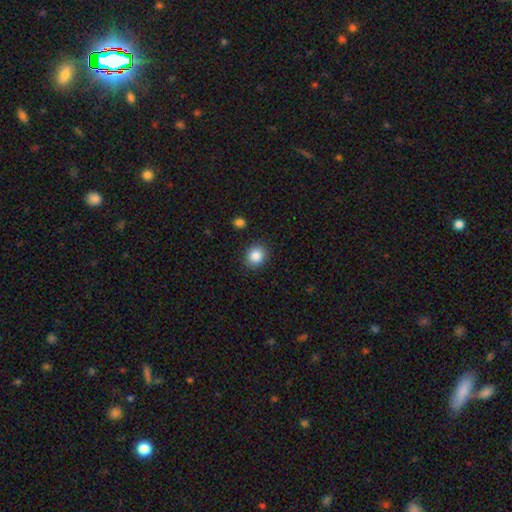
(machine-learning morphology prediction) Smooth or featured?
  - smooth: 86% *
  - star or artifact: 9%
  - featured or disk: 5%
How rounded?
  - round: 75% *
  - in between: 24%
  - cigar-shaped: 1%
Merging?
  - none: 88% *
  - minor disturbance: 8%
  - major disturbance: 2%
  - merger: 2%